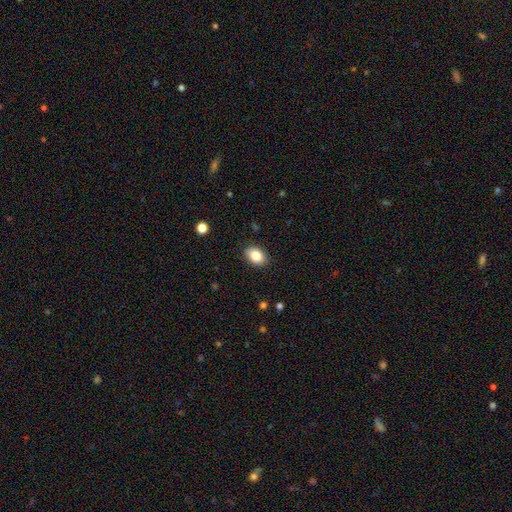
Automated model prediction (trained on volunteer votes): smooth-or-featured: smooth: 85% | star or artifact: 8% | featured or disk: 7%
  how-rounded: in between: 82% | round: 17% | cigar-shaped: 1%
  merging: none: 88% | minor disturbance: 9% | major disturbance: 2% | merger: 1%